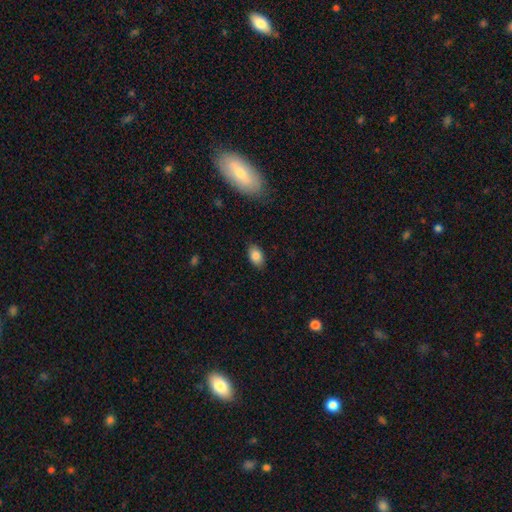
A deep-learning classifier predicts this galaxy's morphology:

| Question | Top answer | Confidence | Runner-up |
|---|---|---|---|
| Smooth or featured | smooth | 85% | star or artifact (8%) |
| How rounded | in between | 90% | round (8%) |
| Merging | none | 86% | minor disturbance (10%) |